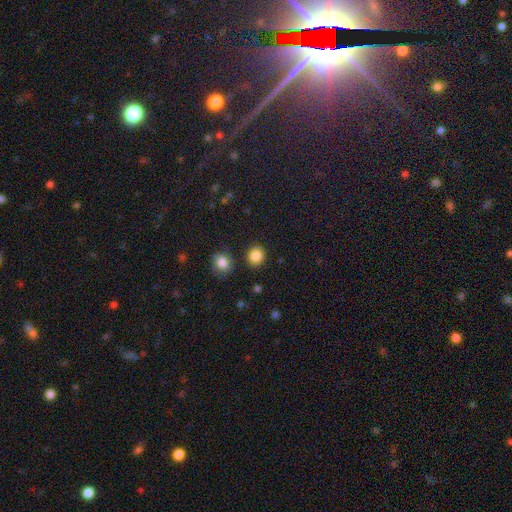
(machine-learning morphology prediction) Smooth or featured? Predicted: smooth (p=0.85). How rounded? Predicted: round (p=0.81). Merging? Predicted: none (p=0.87).